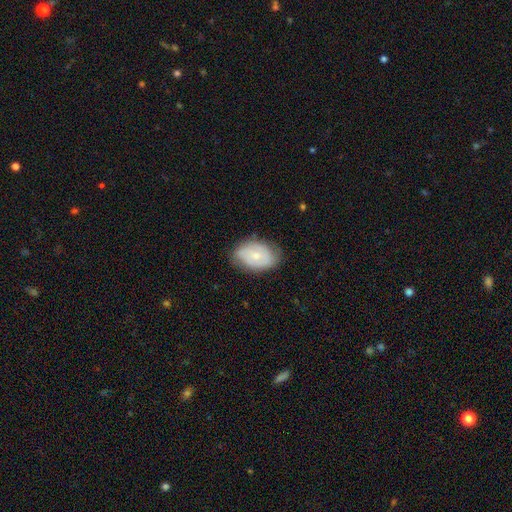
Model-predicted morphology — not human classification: A smooth galaxy with no disk features (58%) that is in between round and cigar-shaped (86%). Merging: none (73%).